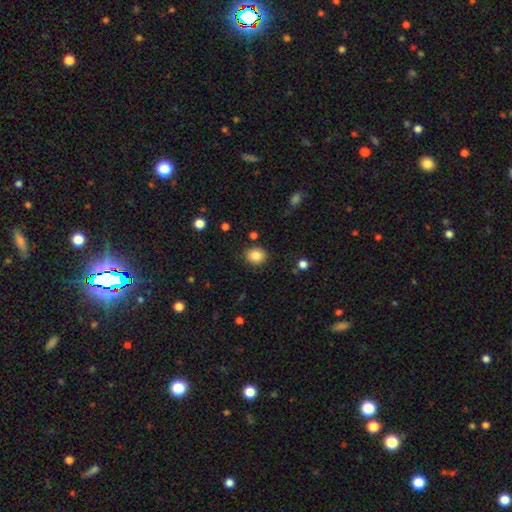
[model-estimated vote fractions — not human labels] A smooth galaxy with no disk features (85%) that is round (77%). Merging: none (86%).